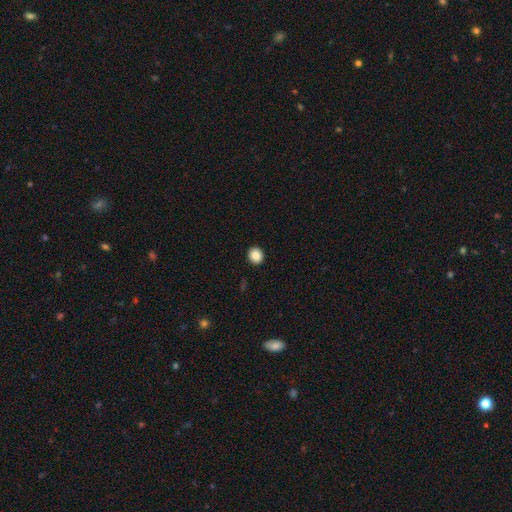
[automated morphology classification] This is clearly a smooth galaxy (88%). How rounded: likely round (78%). Merging: clearly none (93%).